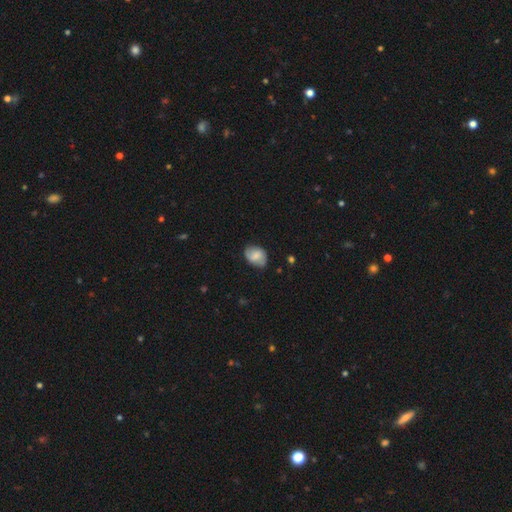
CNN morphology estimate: A smooth galaxy with no disk features (60%) that is in between round and cigar-shaped (67%). Merging: none (70%).